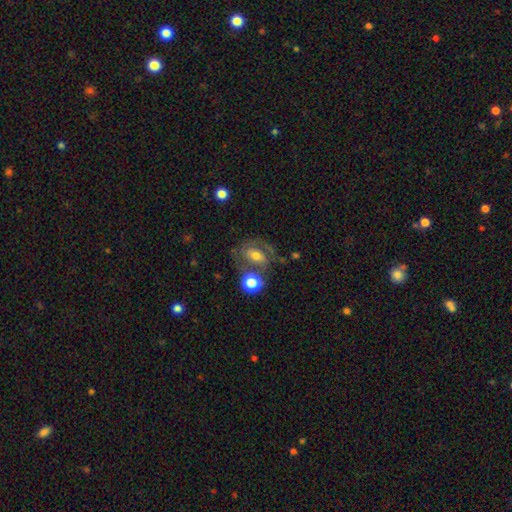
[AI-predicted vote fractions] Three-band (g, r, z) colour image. It shows a featured or disk galaxy (49%). Merging: none (47%).